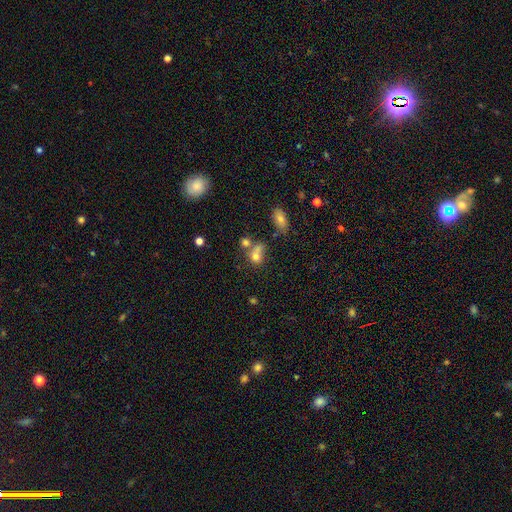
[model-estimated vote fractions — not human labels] This is likely a smooth galaxy (73%). How rounded: possibly round (56%). Merging: marginally merger (43%).